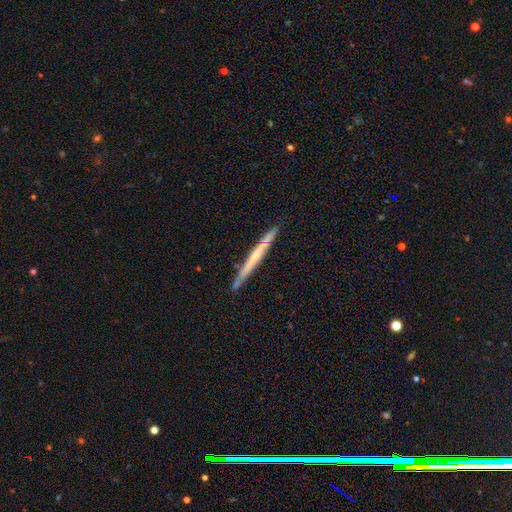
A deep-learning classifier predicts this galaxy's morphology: type=featured or disk (58%); edge-on=yes (97%); edge-on bulge=none (64%); merging=none (90%).